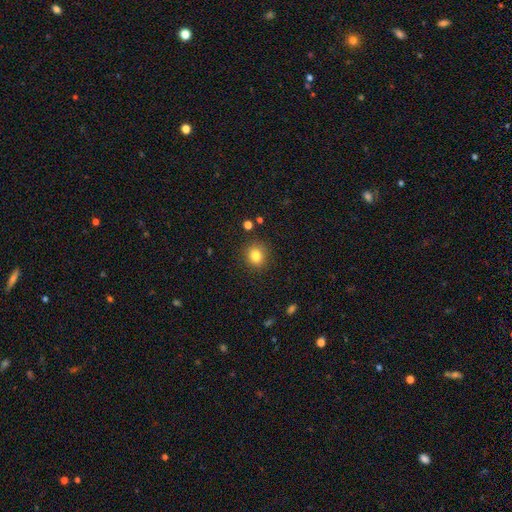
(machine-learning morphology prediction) Overall: smooth (81%). How rounded: round (84%). Merging: none (89%).